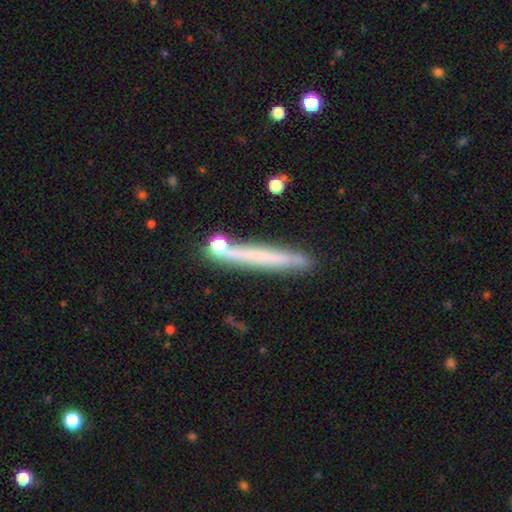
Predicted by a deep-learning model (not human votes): smooth_or_featured: smooth (p=0.55) [alt: featured or disk p=0.36]
how_rounded: cigar-shaped (p=0.96) [alt: in between p=0.03]
merging: none (p=0.80) [alt: minor disturbance p=0.12]